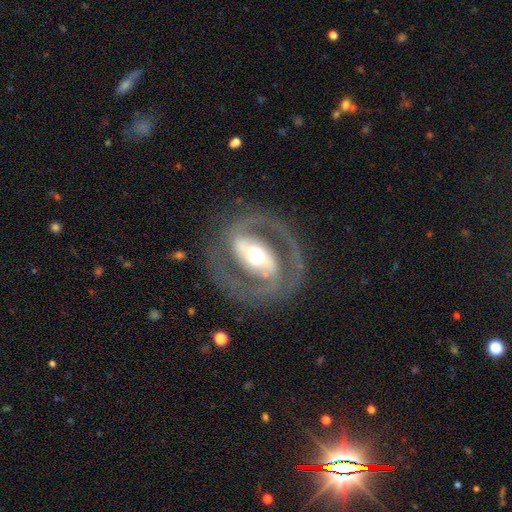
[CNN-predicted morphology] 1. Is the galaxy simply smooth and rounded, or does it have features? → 87% featured or disk, 8% smooth, 5% star or artifact.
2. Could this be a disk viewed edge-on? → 96% no, 4% yes.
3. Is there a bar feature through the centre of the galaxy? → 62% strong, 23% weak, 15% no.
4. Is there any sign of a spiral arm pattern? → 88% yes, 12% no.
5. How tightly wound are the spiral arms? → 53% medium, 32% tight, 15% loose.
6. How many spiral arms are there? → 91% 2, 3% can't tell, 2% 1, 1% 3, 1% 4, 1% more than 4.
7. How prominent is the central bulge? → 62% moderate, 23% large, 11% small, 3% dominant, 1% none.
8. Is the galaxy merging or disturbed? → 79% none, 11% minor disturbance, 9% major disturbance, 1% merger.